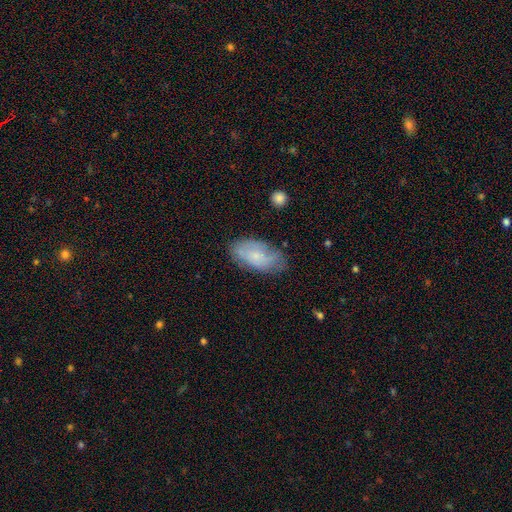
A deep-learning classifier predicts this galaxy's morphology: Smooth or featured? Predicted: smooth (p=0.55). How rounded? Predicted: in between (p=0.93). Merging? Predicted: none (p=0.67).